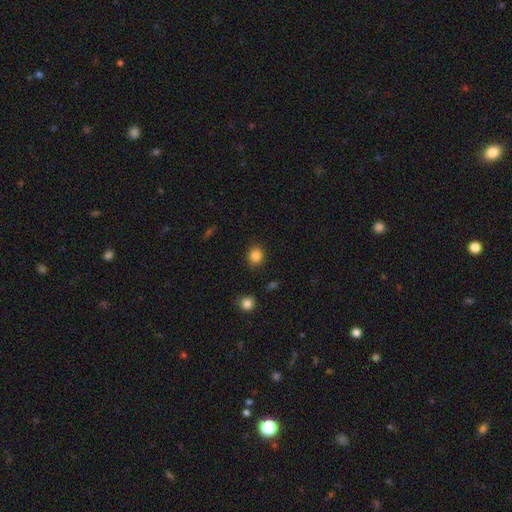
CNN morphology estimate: Q: Smooth or featured?
A: smooth (85%); runner-up: star or artifact (11%)
Q: How rounded?
A: round (74%); runner-up: in between (25%)
Q: Merging?
A: none (88%); runner-up: minor disturbance (8%)